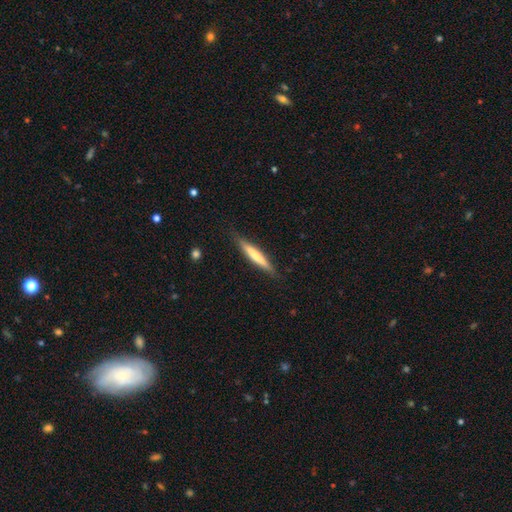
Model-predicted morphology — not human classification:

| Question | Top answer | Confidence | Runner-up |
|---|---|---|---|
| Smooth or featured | smooth | 56% | featured or disk (38%) |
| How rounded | cigar-shaped | 93% | in between (6%) |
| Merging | none | 85% | minor disturbance (11%) |